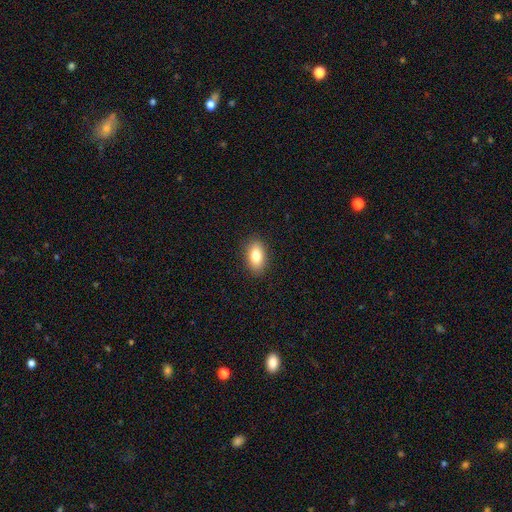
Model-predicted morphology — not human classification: A smooth galaxy with no disk features (81%) that is in between round and cigar-shaped (89%). Merging: none (89%).